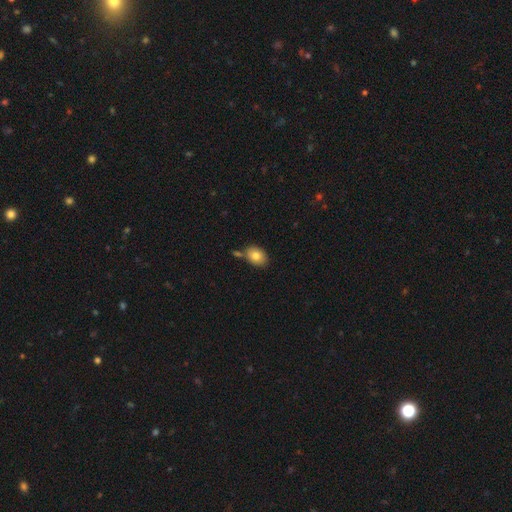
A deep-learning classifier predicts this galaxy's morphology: type=smooth (81%); roundness=in between (68%); merging=none (70%).